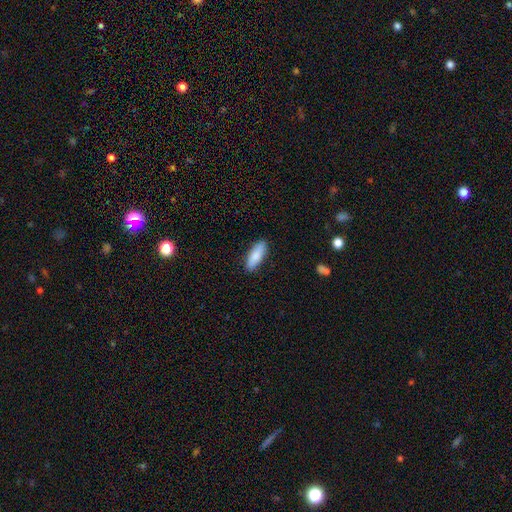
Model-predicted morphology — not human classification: A smooth galaxy with no disk features (86%) that is in between round and cigar-shaped (63%). Merging: none (87%).